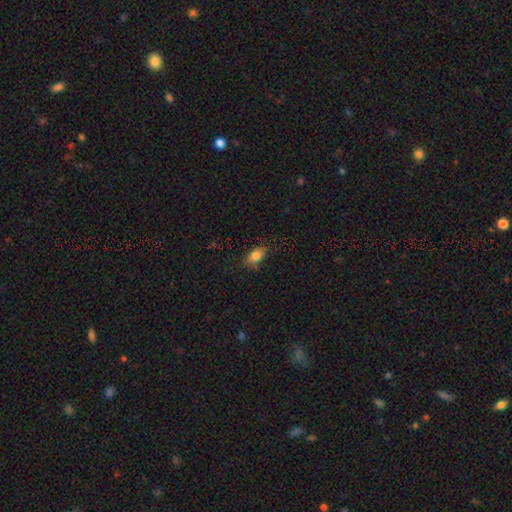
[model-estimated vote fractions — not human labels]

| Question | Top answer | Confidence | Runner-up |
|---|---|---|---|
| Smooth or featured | smooth | 83% | star or artifact (9%) |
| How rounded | in between | 88% | round (7%) |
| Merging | none | 80% | minor disturbance (15%) |